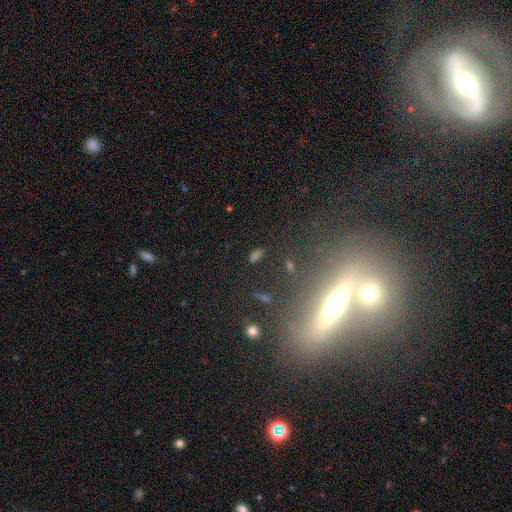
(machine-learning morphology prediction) smooth-or-featured: smooth: 44% | star or artifact: 31% | featured or disk: 25%
  merging: none: 78% | minor disturbance: 11% | major disturbance: 6% | merger: 5%